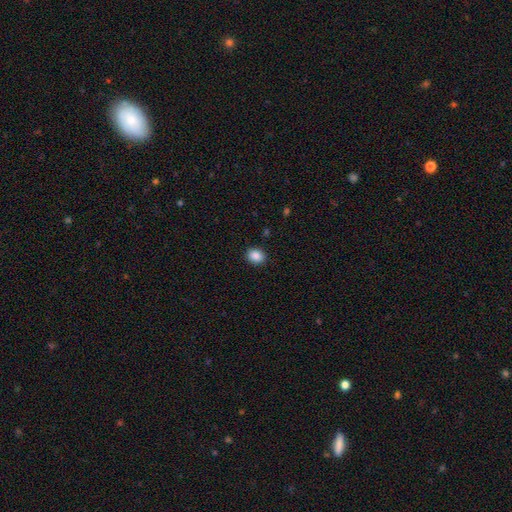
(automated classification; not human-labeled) A smooth galaxy with no disk features (88%) that is round (54%). Merging: none (90%).